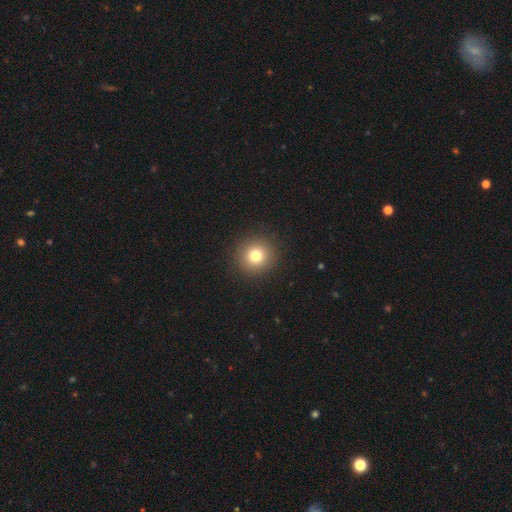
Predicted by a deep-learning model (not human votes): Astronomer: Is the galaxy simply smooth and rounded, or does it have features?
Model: smooth — 77%.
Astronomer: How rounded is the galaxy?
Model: round — 94%.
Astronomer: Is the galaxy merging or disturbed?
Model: none — 92%.